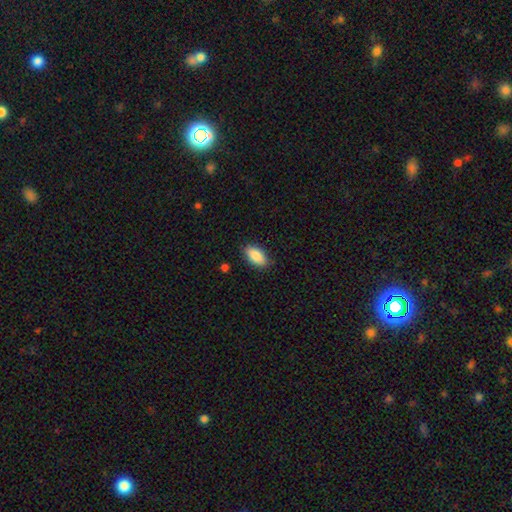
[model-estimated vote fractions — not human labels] Smooth or featured?
  - smooth: 88% *
  - star or artifact: 7%
  - featured or disk: 6%
How rounded?
  - in between: 92% *
  - cigar-shaped: 5%
  - round: 3%
Merging?
  - none: 84% *
  - minor disturbance: 12%
  - major disturbance: 3%
  - merger: 1%